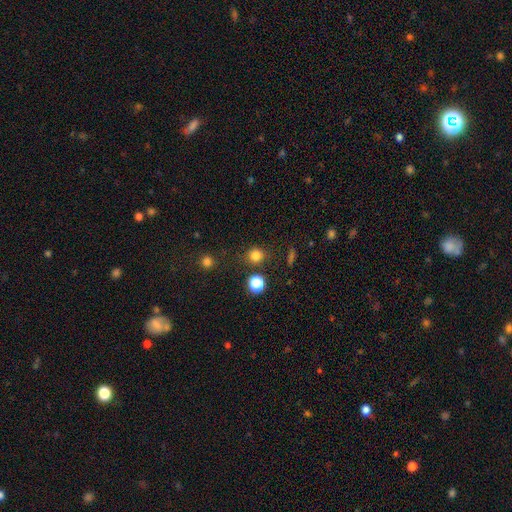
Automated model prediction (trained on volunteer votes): Smooth or featured?
  - smooth: 80% *
  - star or artifact: 16%
  - featured or disk: 5%
How rounded?
  - round: 86% *
  - in between: 13%
  - cigar-shaped: 1%
Merging?
  - none: 82% *
  - minor disturbance: 10%
  - merger: 5%
  - major disturbance: 4%